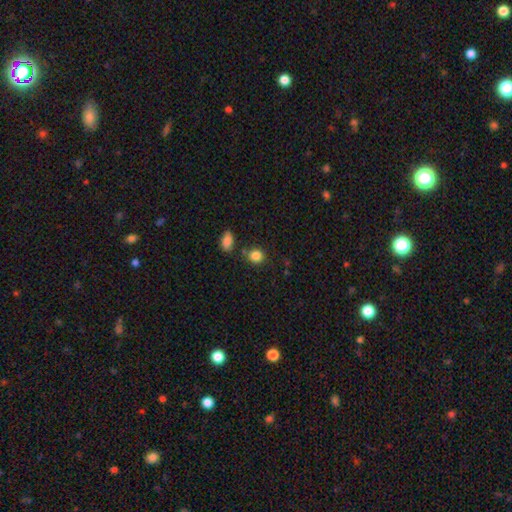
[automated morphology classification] smooth 85%, star or artifact 10%, featured or disk 5%. Down the decision tree: how rounded — round (81%); merging — none (76%).